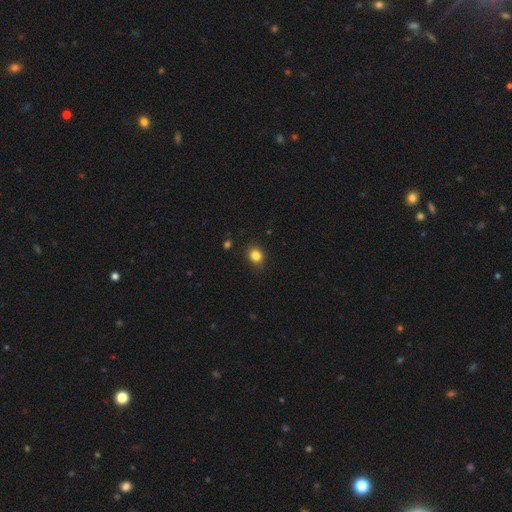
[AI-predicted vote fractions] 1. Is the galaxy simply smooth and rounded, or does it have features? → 84% smooth, 11% star or artifact, 5% featured or disk.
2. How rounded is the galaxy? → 62% round, 37% in between, 1% cigar-shaped.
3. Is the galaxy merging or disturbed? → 84% none, 12% minor disturbance, 3% major disturbance, 1% merger.